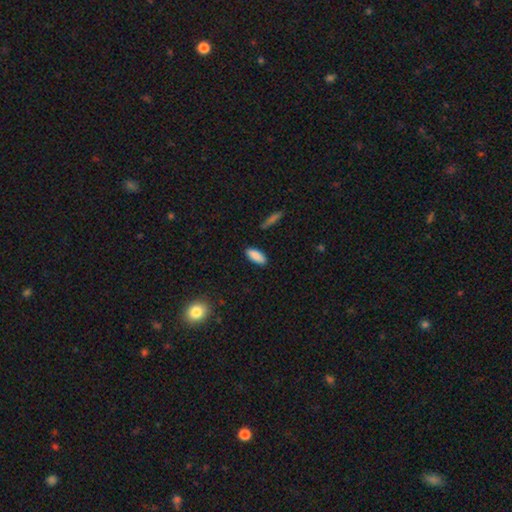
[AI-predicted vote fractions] Q: Smooth or featured?
A: smooth (88%); runner-up: star or artifact (7%)
Q: How rounded?
A: in between (81%); runner-up: cigar-shaped (17%)
Q: Merging?
A: none (87%); runner-up: minor disturbance (9%)